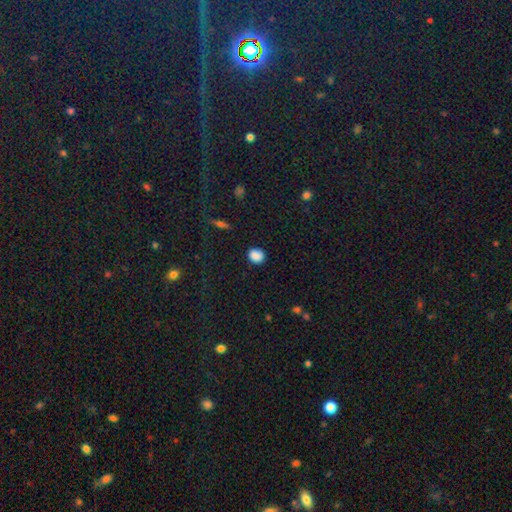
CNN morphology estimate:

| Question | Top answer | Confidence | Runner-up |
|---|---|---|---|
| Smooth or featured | smooth | 86% | star or artifact (10%) |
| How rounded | round | 69% | in between (30%) |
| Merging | none | 85% | minor disturbance (11%) |